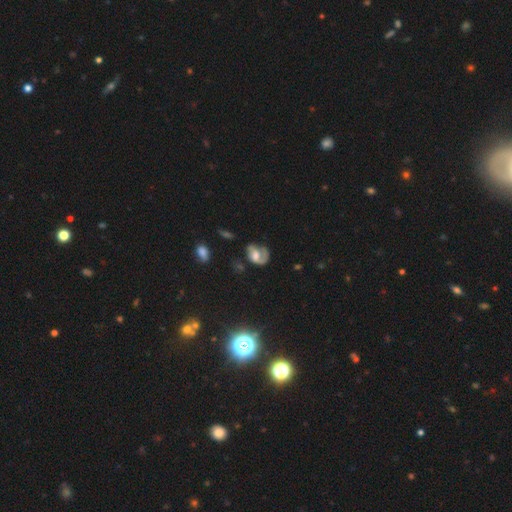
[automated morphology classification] Q: Smooth or featured?
A: featured or disk (60%); runner-up: smooth (31%)
Q: Edge-on disk?
A: no (97%); runner-up: yes (3%)
Q: Bar?
A: no (62%); runner-up: weak (30%)
Q: Spiral arms?
A: yes (79%); runner-up: no (21%)
Q: Bulge size?
A: moderate (48%); runner-up: large (24%)
Q: Merging?
A: none (38%); runner-up: major disturbance (32%)